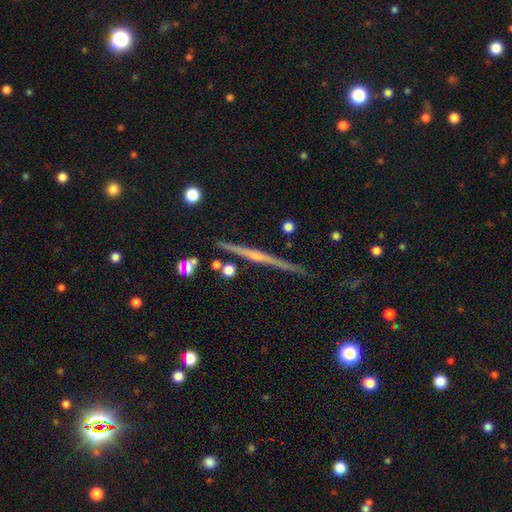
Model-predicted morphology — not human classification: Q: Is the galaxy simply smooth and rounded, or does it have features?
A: featured or disk — 77%.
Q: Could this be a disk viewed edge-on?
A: yes — 98%.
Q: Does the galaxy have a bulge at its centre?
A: rounded — 56%.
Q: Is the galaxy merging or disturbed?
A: none — 91%.